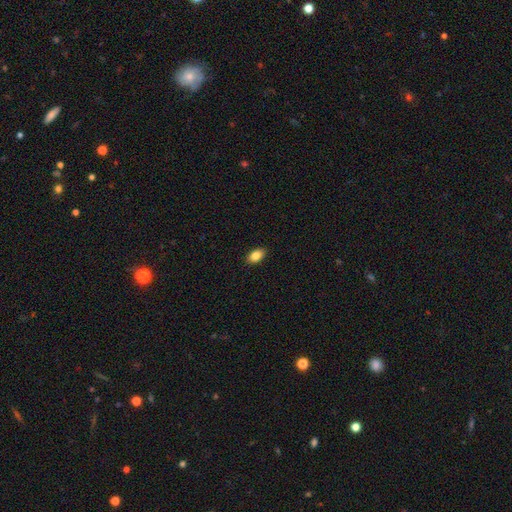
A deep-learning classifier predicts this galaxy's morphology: smooth-or-featured: smooth: 84% | featured or disk: 8% | star or artifact: 8%
  how-rounded: in between: 91% | round: 6% | cigar-shaped: 3%
  merging: none: 90% | minor disturbance: 7% | major disturbance: 2% | merger: 1%